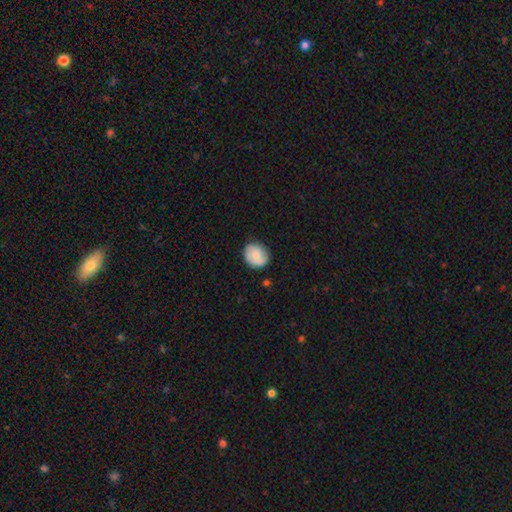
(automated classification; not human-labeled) Smooth or featured?
  - smooth: 76% *
  - featured or disk: 17%
  - star or artifact: 7%
How rounded?
  - round: 72% *
  - in between: 27%
  - cigar-shaped: 1%
Merging?
  - none: 79% *
  - minor disturbance: 16%
  - major disturbance: 3%
  - merger: 1%